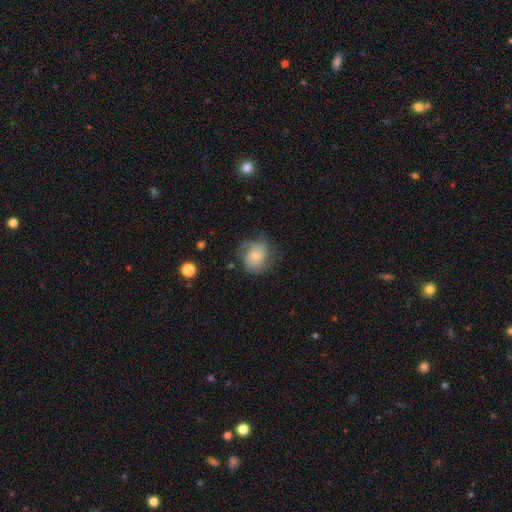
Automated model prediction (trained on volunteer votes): A featured or disk galaxy (47%). Merging: none (57%).